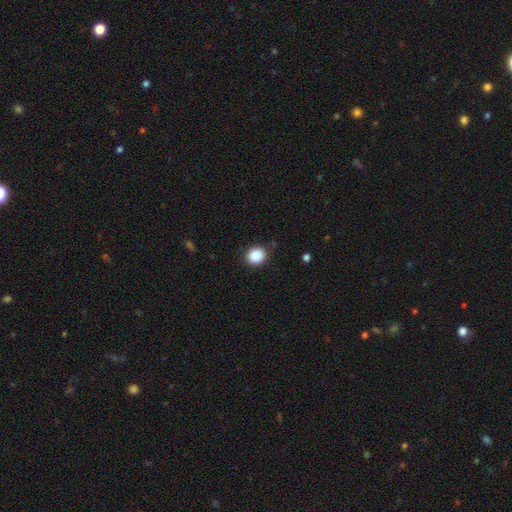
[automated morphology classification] A smooth galaxy with no disk features (88%) that is round (76%).

Vote fractions:
- Smooth or featured? smooth: 88% / star or artifact: 9% / featured or disk: 3%
- How rounded? round: 76% / in between: 23% / cigar-shaped: 1%
- Merging? none: 86% / minor disturbance: 10% / major disturbance: 3% / merger: 1%